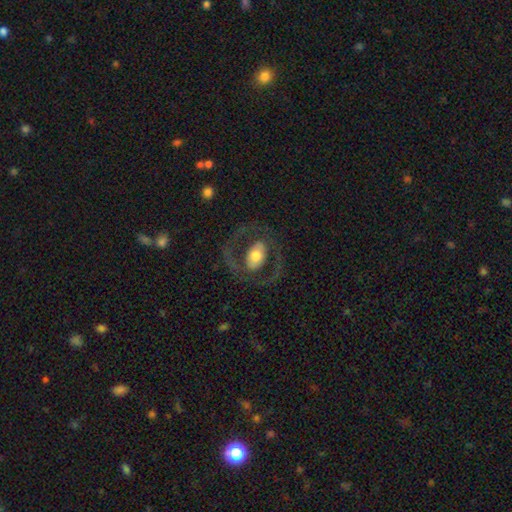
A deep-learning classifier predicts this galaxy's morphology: smooth_or_featured: featured or disk (p=0.63) [alt: smooth p=0.32]
disk_edge_on: no (p=0.94) [alt: yes p=0.06]
bar: no (p=0.55) [alt: weak p=0.26]
has_spiral_arms: no (p=0.56) [alt: yes p=0.44]
bulge_size: moderate (p=0.60) [alt: large p=0.27]
merging: none (p=0.73) [alt: major disturbance p=0.14]